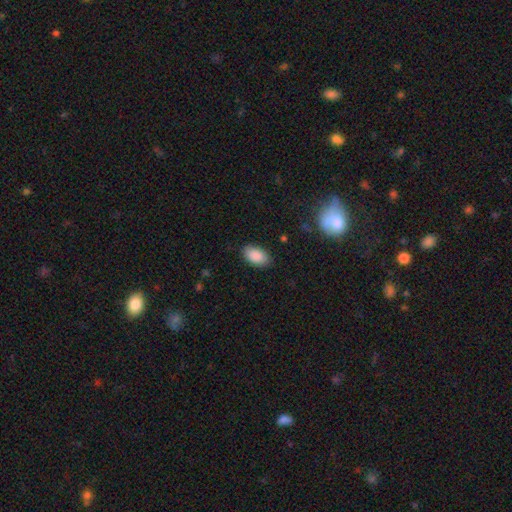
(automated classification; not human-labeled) smooth_or_featured: smooth (p=0.89) [alt: star or artifact p=0.07]
how_rounded: in between (p=0.94) [alt: round p=0.05]
merging: none (p=0.86) [alt: minor disturbance p=0.10]